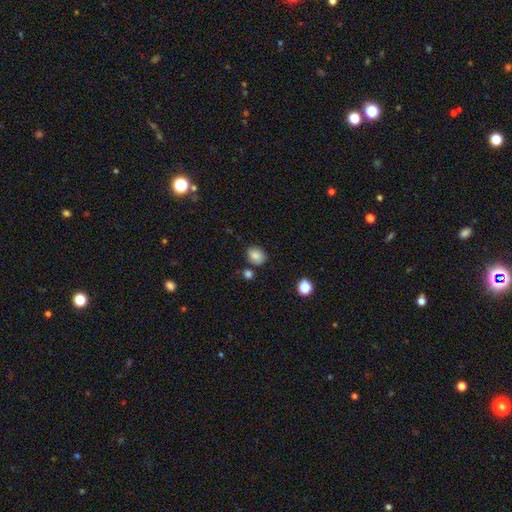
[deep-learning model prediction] The model was most divided on "how rounded": in between: 53%, round: 46%, cigar-shaped: 1%. More confident: smooth or featured — smooth (83%); merging — none (74%).